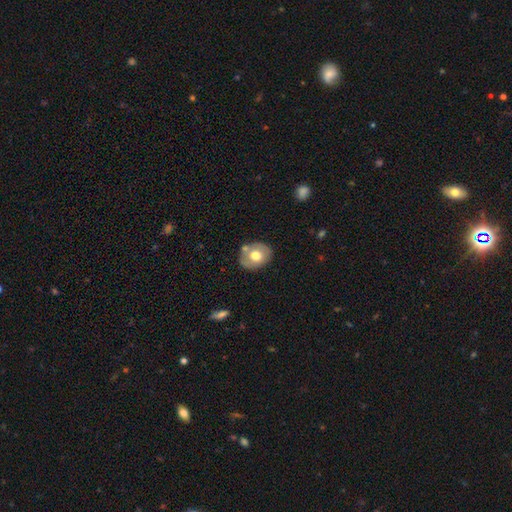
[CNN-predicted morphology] Overall: smooth (61%; featured or disk 32%). How rounded: round (58%; in between 42%). Merging: none (72%).